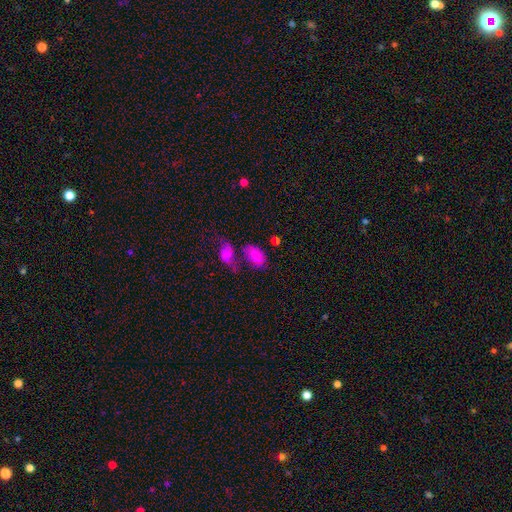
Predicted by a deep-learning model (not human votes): This is likely a smooth galaxy (68%). How rounded: clearly in between (90%). Merging: marginally none (36%).